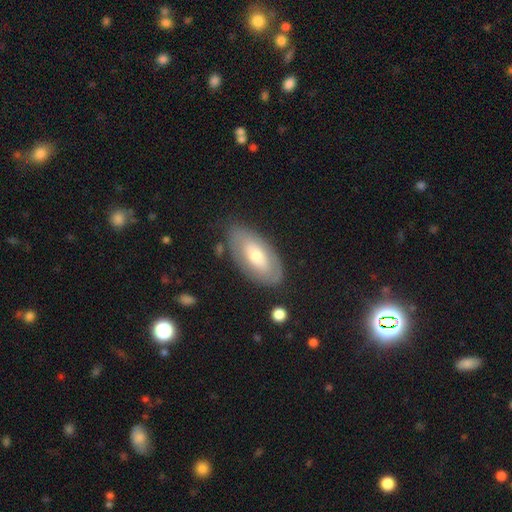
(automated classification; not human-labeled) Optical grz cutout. It shows a smooth galaxy with no disk features (53%) that is in between round and cigar-shaped (90%). Merging: none (78%).